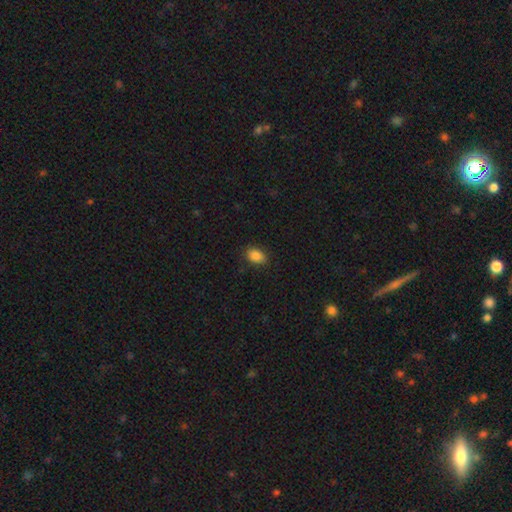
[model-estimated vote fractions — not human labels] smooth-or-featured: smooth: 87% | star or artifact: 9% | featured or disk: 4%
  how-rounded: in between: 80% | round: 19% | cigar-shaped: 1%
  merging: none: 87% | minor disturbance: 10% | major disturbance: 2% | merger: 1%